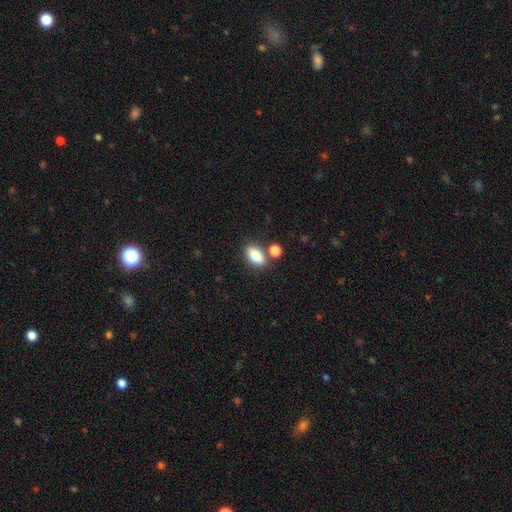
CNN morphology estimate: The model was most divided on "merging": none: 67%, merger: 17%, minor disturbance: 12%, major disturbance: 4%. More confident: how rounded — in between (86%); smooth or featured — smooth (84%).